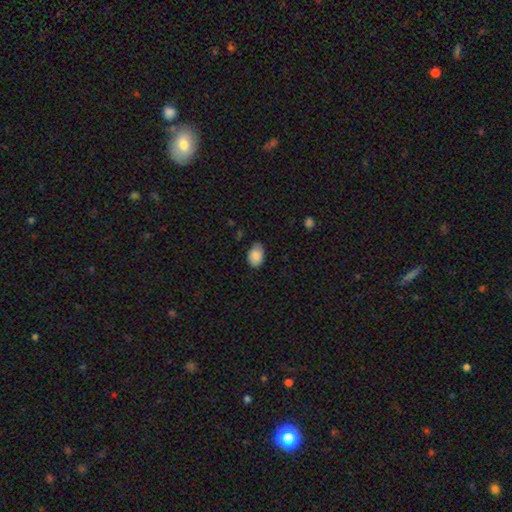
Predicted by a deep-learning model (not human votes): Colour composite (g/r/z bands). It shows a smooth galaxy with no disk features (87%) that is in between round and cigar-shaped (86%). Merging: none (72%).